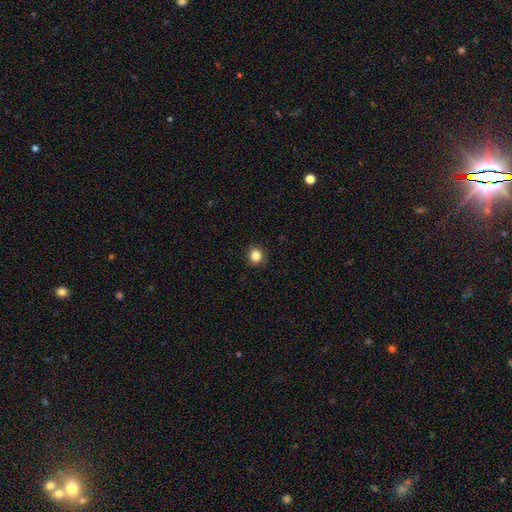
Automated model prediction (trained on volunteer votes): Overall: smooth (85%). How rounded: round (80%). Merging: none (89%).